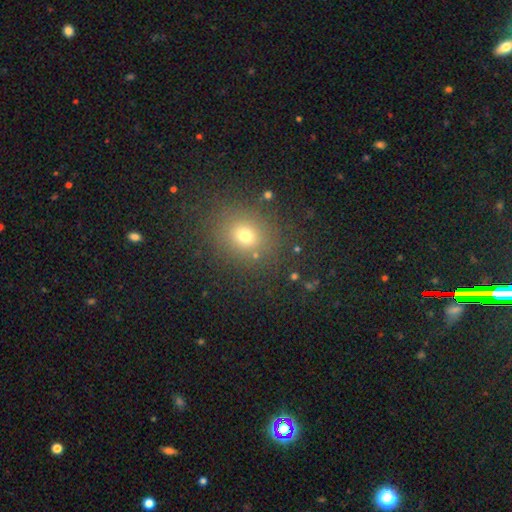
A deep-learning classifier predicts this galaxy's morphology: smooth_or_featured: smooth (p=0.68) [alt: star or artifact p=0.22]
how_rounded: round (p=0.69) [alt: in between p=0.30]
merging: none (p=0.84) [alt: minor disturbance p=0.09]